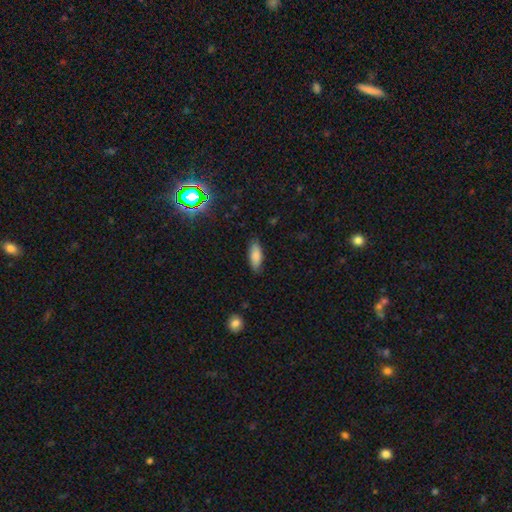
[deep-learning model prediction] A smooth galaxy with no disk features (84%) that is in between round and cigar-shaped (74%).

Vote fractions:
- Smooth or featured? smooth: 84% / featured or disk: 8% / star or artifact: 8%
- How rounded? in between: 74% / cigar-shaped: 24% / round: 2%
- Merging? none: 84% / minor disturbance: 13% / major disturbance: 3% / merger: 1%